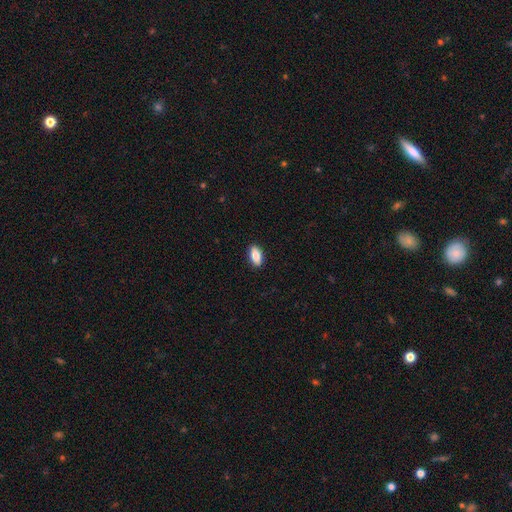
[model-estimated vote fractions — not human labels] This is clearly a smooth galaxy (85%). How rounded: clearly in between (89%). Merging: clearly none (90%).